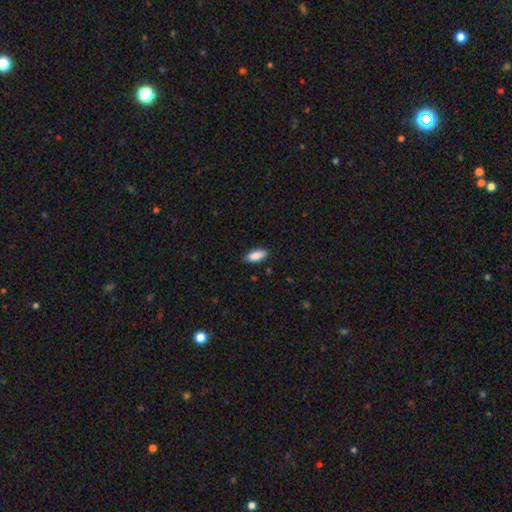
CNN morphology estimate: smooth 87%, featured or disk 7%, star or artifact 6%. Down the decision tree: how rounded — in between (83%); merging — none (85%).